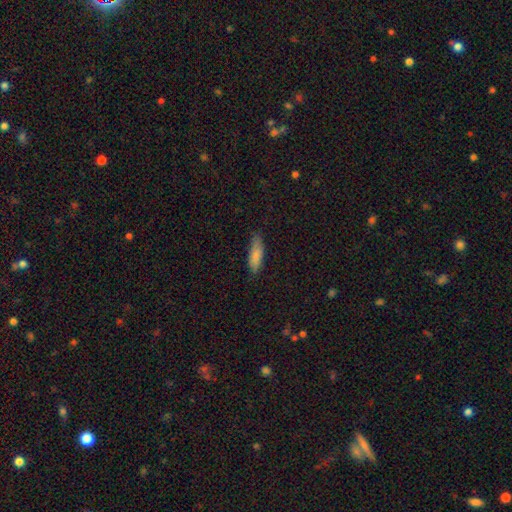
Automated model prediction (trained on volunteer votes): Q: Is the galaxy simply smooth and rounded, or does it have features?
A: smooth — 84%.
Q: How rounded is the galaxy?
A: in between — 51%.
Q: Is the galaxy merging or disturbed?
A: none — 75%.